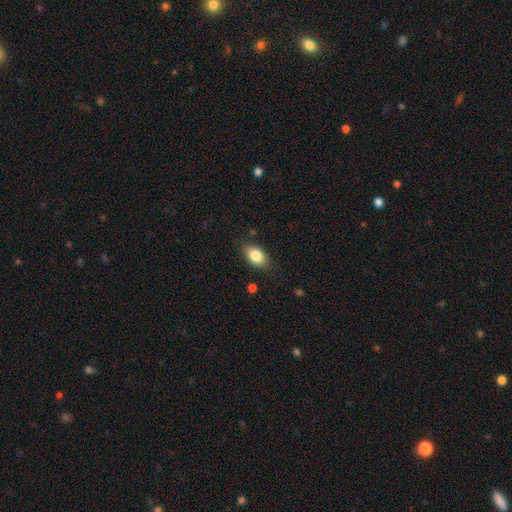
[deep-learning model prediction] A smooth galaxy with no disk features (83%) that is in between round and cigar-shaped (88%).

Vote fractions:
- Smooth or featured? smooth: 83% / featured or disk: 10% / star or artifact: 8%
- How rounded? in between: 88% / round: 9% / cigar-shaped: 3%
- Merging? none: 83% / minor disturbance: 13% / major disturbance: 3% / merger: 1%